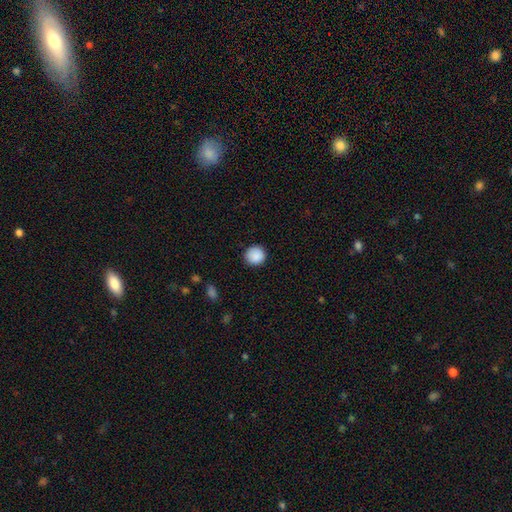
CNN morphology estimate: The model was most divided on "smooth or featured": smooth: 89%, star or artifact: 8%, featured or disk: 3%. More confident: how rounded — round (94%); merging — none (91%).